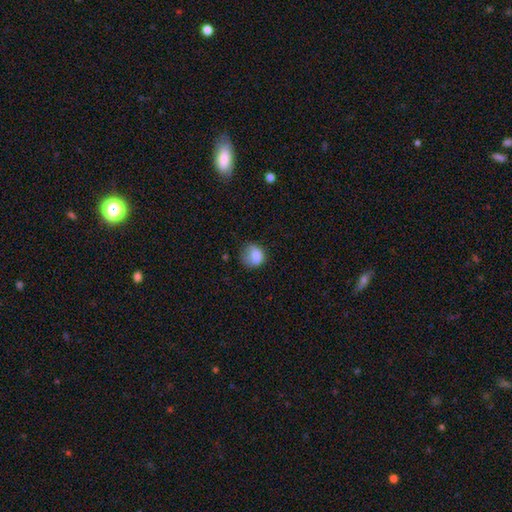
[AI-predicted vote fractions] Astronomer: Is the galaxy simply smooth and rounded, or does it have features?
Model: smooth — 78%.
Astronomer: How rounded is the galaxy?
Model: round — 62% (runner-up: in between, 37%).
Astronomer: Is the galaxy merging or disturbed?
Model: none — 43% (runner-up: minor disturbance, 33%).